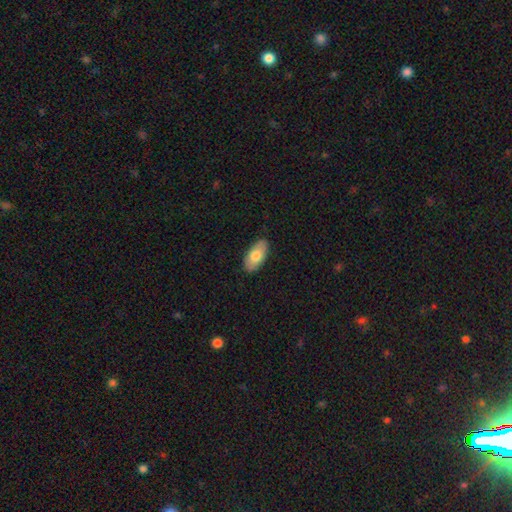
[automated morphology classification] Overall: smooth (76%). How rounded: in between (94%). Merging: none (87%).